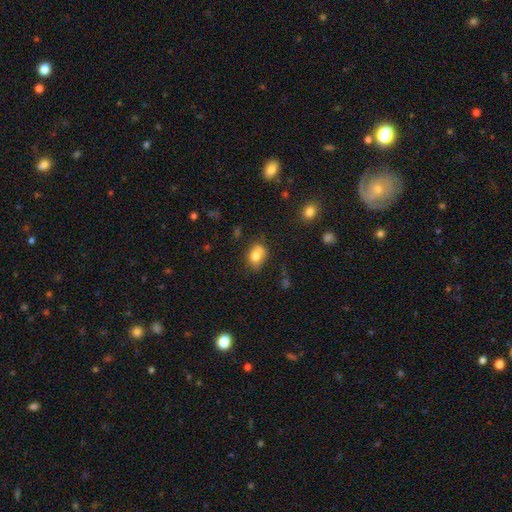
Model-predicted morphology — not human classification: Smooth or featured? smooth (74%)
How rounded? in between (60%)
Merging? none (51%)